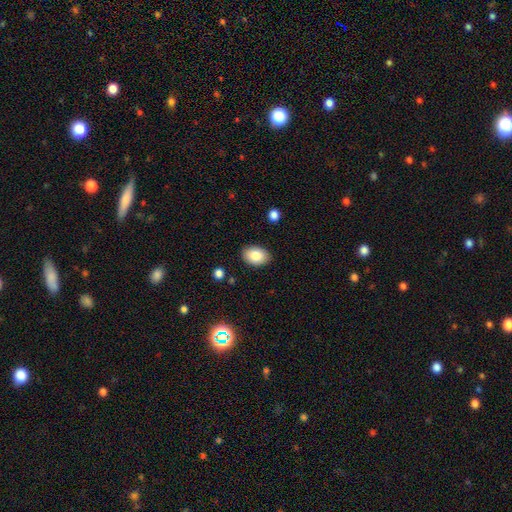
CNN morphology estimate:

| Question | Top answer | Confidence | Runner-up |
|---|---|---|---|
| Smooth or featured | smooth | 83% | featured or disk (9%) |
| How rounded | in between | 84% | round (15%) |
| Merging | none | 88% | minor disturbance (9%) |